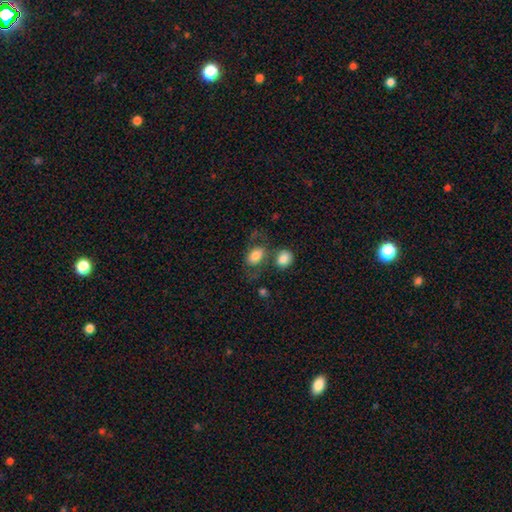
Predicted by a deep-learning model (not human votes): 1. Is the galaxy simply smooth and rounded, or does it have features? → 73% smooth, 19% featured or disk, 8% star or artifact.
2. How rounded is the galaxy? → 81% in between, 18% round, 2% cigar-shaped.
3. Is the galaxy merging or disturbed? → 48% none, 22% merger, 16% minor disturbance, 14% major disturbance.